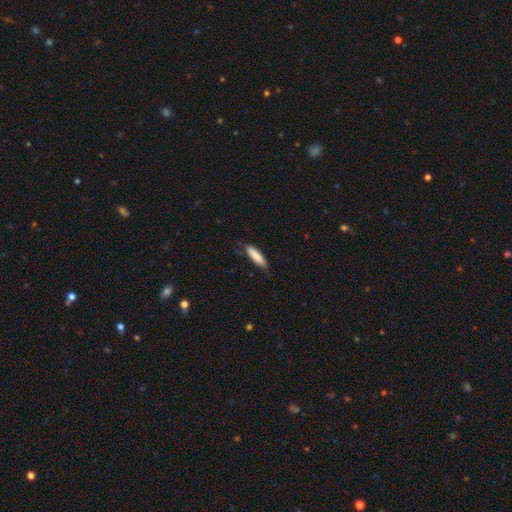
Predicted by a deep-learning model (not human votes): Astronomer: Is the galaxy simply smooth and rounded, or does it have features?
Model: smooth — 85%.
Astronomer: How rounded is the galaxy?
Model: cigar-shaped — 73%.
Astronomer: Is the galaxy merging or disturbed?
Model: none — 80%.